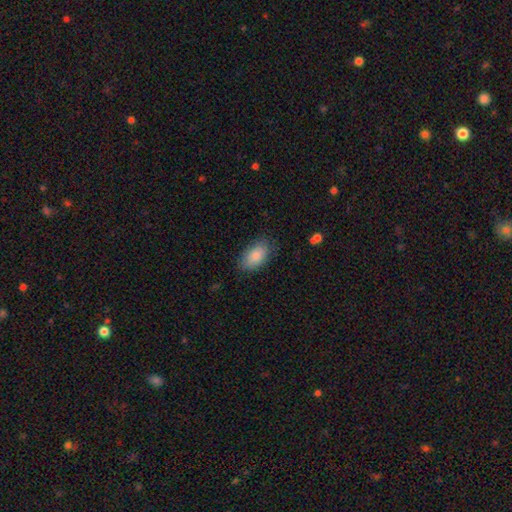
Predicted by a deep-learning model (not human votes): The model was most divided on "merging": none: 81%, minor disturbance: 15%, major disturbance: 4%, merger: 1%. More confident: how rounded — in between (93%); smooth or featured — smooth (85%).